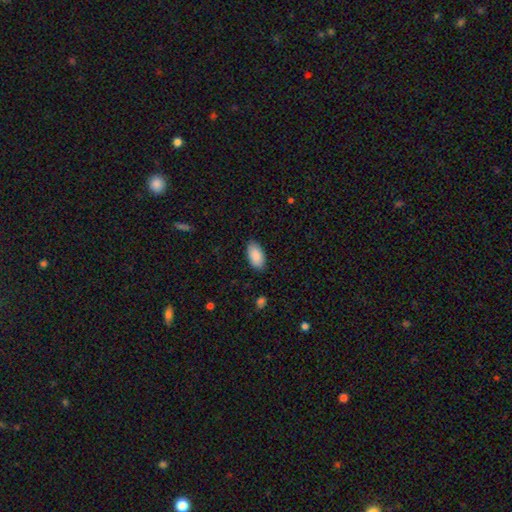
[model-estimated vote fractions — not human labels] A smooth galaxy with no disk features (90%) that is in between round and cigar-shaped (95%). Merging: none (87%).